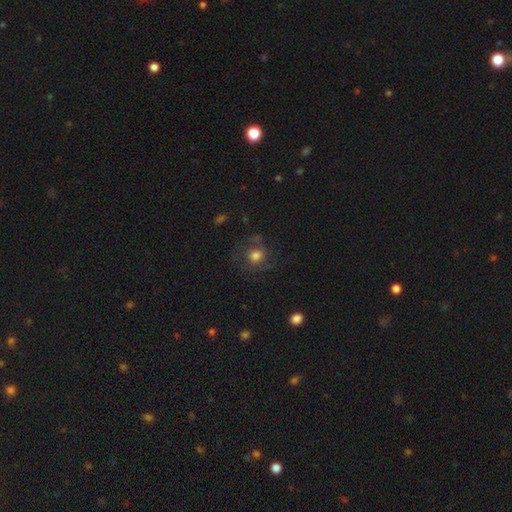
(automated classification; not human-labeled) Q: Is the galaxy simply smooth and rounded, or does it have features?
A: featured or disk — 45%.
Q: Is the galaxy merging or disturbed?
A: none — 64%.